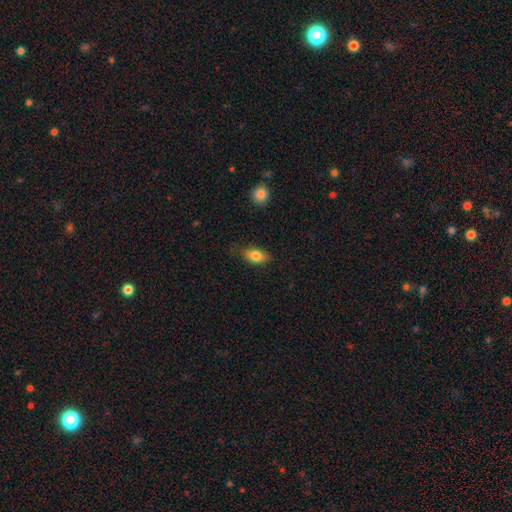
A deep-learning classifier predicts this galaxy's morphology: smooth 82%, featured or disk 11%, star or artifact 8%. Down the decision tree: how rounded — in between (86%); merging — none (76%).